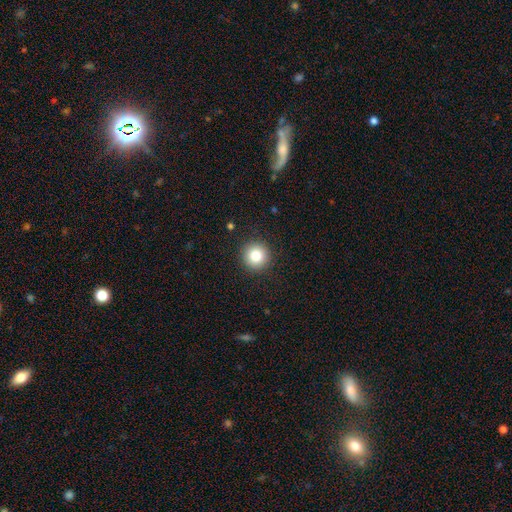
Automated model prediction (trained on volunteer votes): Smooth or featured? smooth (81%)
How rounded? round (95%)
Merging? none (92%)